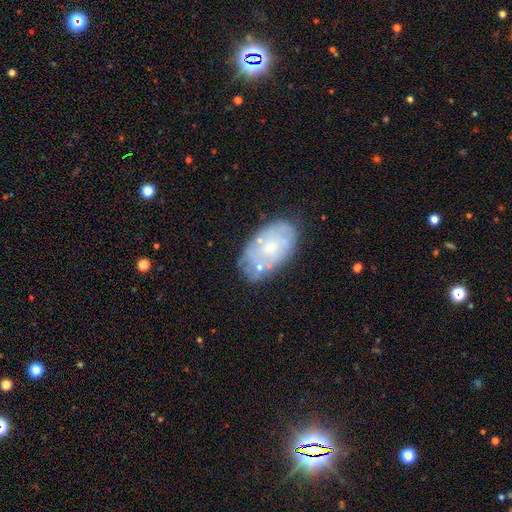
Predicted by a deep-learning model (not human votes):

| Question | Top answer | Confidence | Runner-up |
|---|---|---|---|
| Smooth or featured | featured or disk | 47% | smooth (45%) |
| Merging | none | 65% | minor disturbance (20%) |